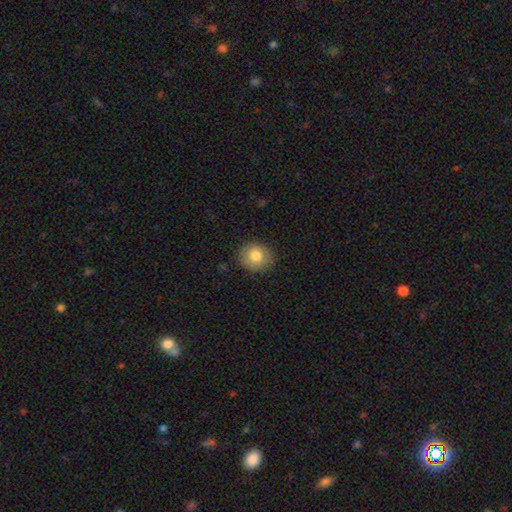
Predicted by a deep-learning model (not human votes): Overall: smooth (80%). How rounded: round (68%; in between 31%). Merging: none (84%).